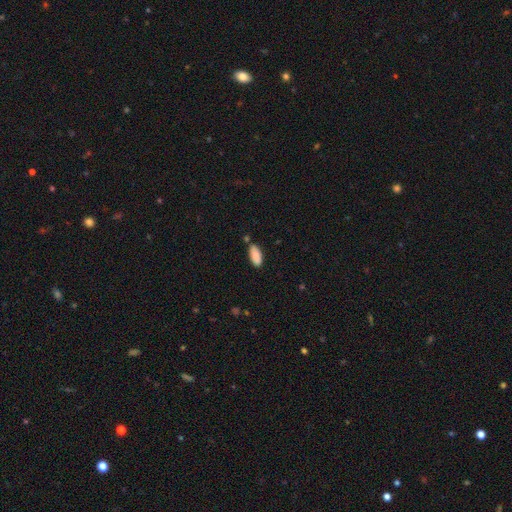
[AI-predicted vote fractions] A smooth galaxy with no disk features (83%) that is in between round and cigar-shaped (88%).

Vote fractions:
- Smooth or featured? smooth: 83% / featured or disk: 10% / star or artifact: 7%
- How rounded? in between: 88% / cigar-shaped: 10% / round: 2%
- Merging? none: 80% / minor disturbance: 13% / merger: 5% / major disturbance: 2%